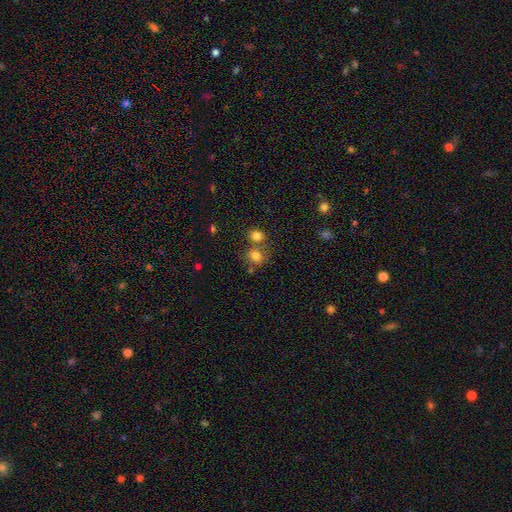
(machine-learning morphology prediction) A smooth galaxy with no disk features (76%) that is round (68%). Merging: none (52%).